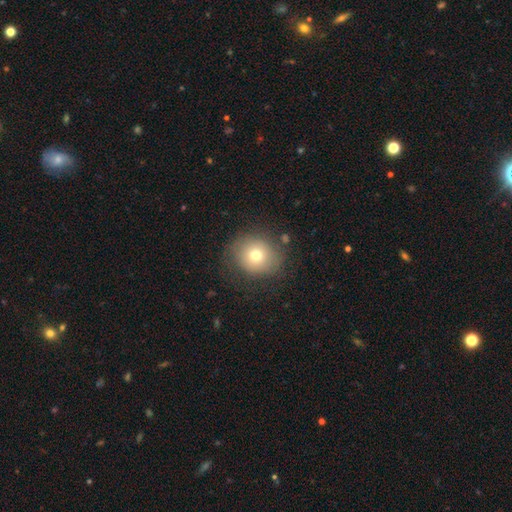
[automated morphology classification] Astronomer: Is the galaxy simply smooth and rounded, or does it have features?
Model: smooth — 72%.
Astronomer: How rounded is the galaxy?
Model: round — 77%.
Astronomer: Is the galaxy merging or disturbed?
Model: none — 77%.